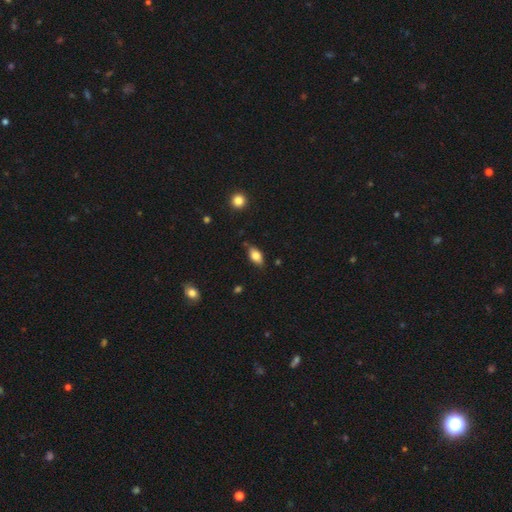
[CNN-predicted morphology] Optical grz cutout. It shows a smooth galaxy with no disk features (75%) that is in between round and cigar-shaped (87%). Merging: none (78%).